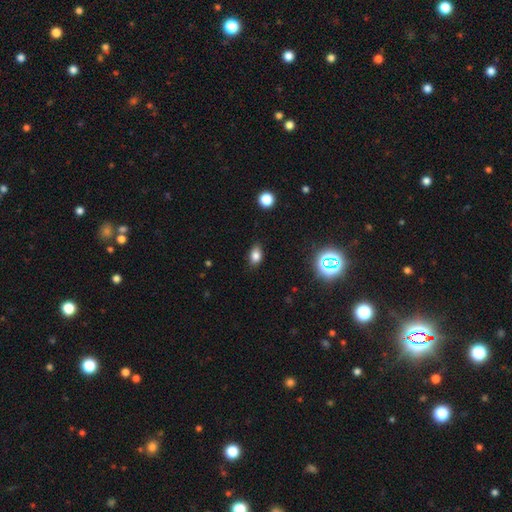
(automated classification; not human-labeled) A smooth galaxy with no disk features (79%) that is in between round and cigar-shaped (82%). Merging: none (84%).